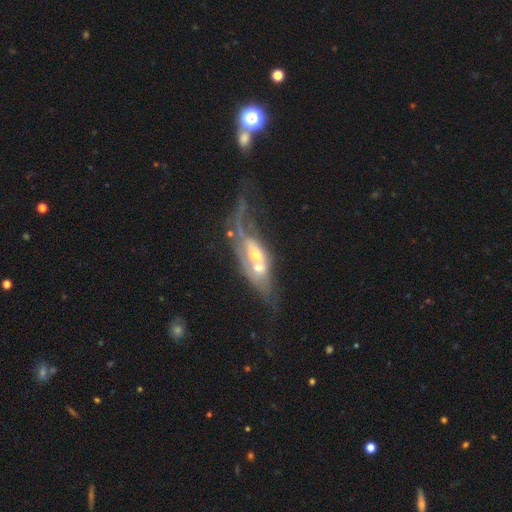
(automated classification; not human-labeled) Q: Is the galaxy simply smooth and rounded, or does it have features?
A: featured or disk — 71%.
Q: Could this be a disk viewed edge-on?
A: no — 79%.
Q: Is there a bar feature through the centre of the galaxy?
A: no — 69%.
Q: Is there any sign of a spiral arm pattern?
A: yes — 54%.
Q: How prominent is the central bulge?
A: moderate — 55%.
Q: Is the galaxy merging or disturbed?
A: merger — 53%.